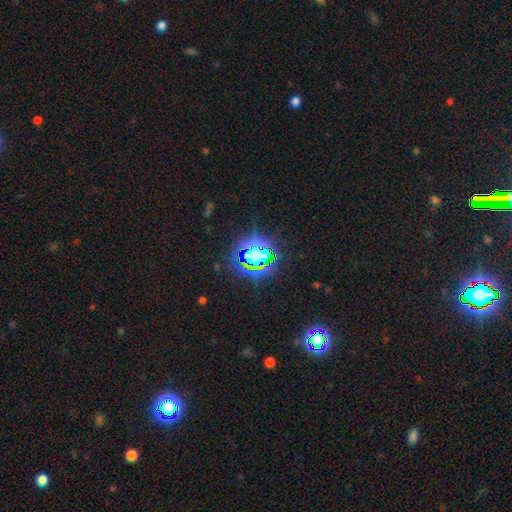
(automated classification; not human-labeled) Overall: star or artifact (79%).